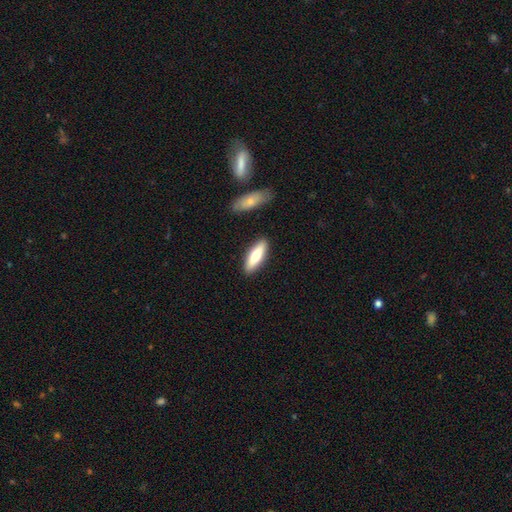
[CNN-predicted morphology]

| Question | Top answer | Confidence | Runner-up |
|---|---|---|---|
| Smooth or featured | smooth | 66% | featured or disk (29%) |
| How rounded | cigar-shaped | 51% | in between (47%) |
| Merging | none | 88% | minor disturbance (8%) |